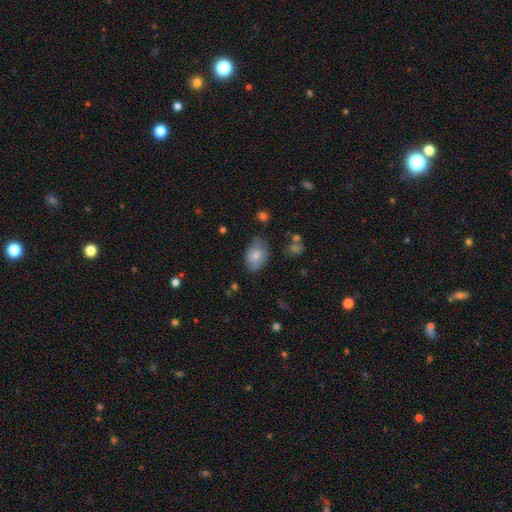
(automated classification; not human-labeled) This appears to be a smooth galaxy with no disk features (78%) that is in between round and cigar-shaped (86%). Merging: none (63%).